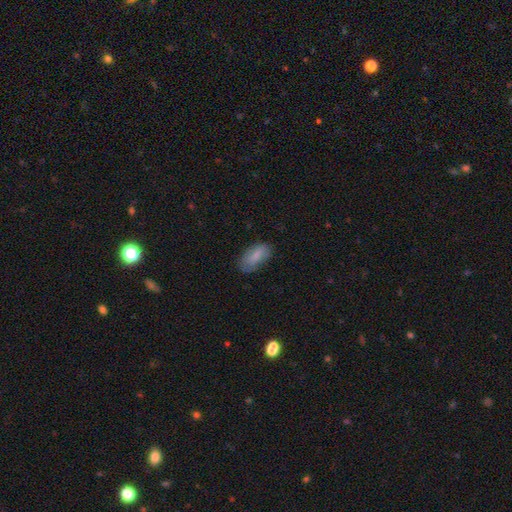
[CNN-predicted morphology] smooth-or-featured: smooth: 80% | featured or disk: 14% | star or artifact: 7%
  how-rounded: in between: 90% | cigar-shaped: 7% | round: 3%
  merging: none: 67% | minor disturbance: 24% | major disturbance: 7% | merger: 1%